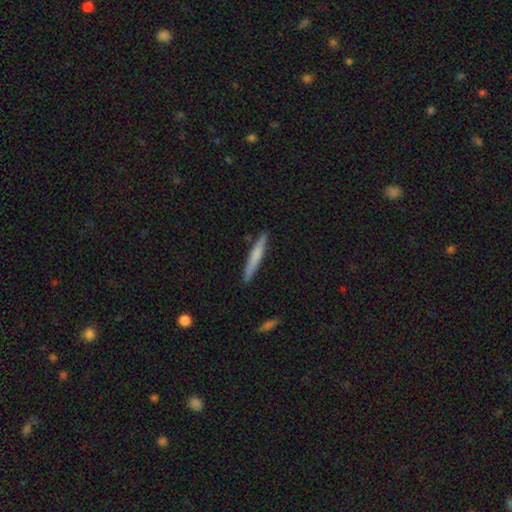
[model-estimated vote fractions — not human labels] smooth 65%, featured or disk 30%, star or artifact 5%. Down the decision tree: how rounded — cigar-shaped (96%); merging — none (89%).